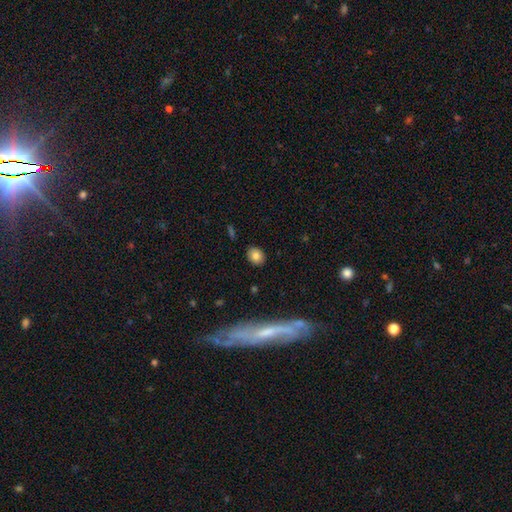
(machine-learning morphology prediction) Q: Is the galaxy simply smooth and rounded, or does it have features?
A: smooth — 80%.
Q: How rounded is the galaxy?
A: round — 59%.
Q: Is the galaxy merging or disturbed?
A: none — 89%.